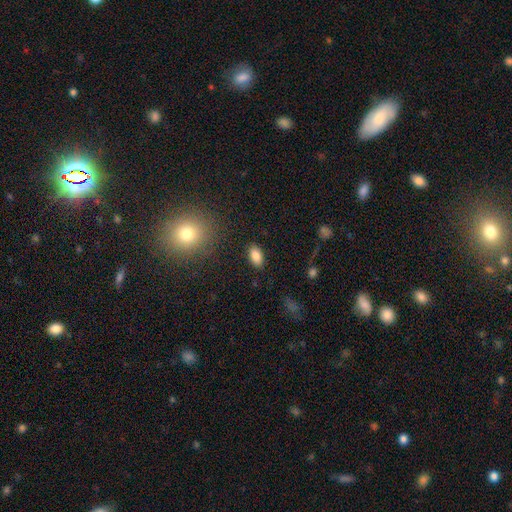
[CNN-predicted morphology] Smooth or featured: smooth — 86% (star or artifact — 9%)
How rounded: in between — 92% (round — 6%)
Merging: none — 87% (minor disturbance — 9%)